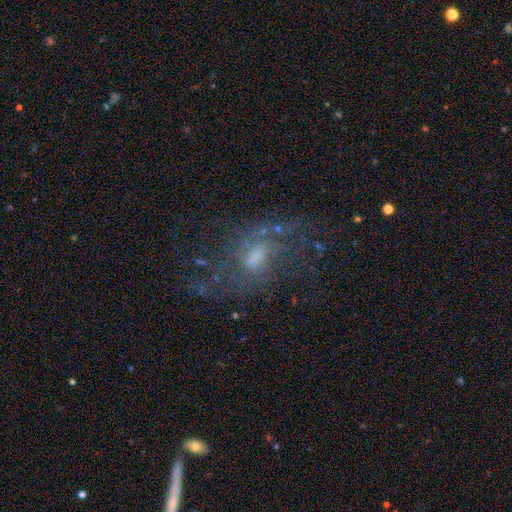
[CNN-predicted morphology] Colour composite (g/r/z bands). It shows a featured or disk galaxy (69%) with a weak bar (51%), spiral arms (77%) and a moderate central bulge (45%). Merging: none (57%).